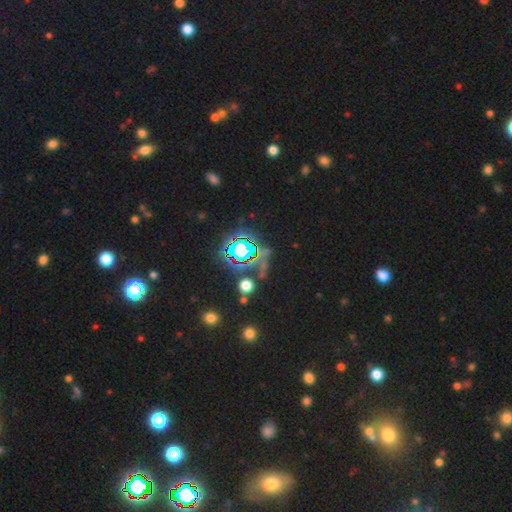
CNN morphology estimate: The model was most divided on "smooth or featured": star or artifact: 68%, smooth: 20%, featured or disk: 12%.